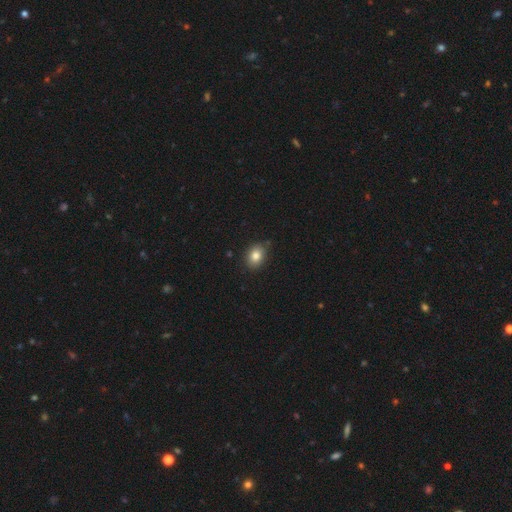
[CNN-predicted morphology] Smooth or featured? Predicted: smooth (p=0.83). How rounded? Predicted: in between (p=0.66). Merging? Predicted: none (p=0.84).